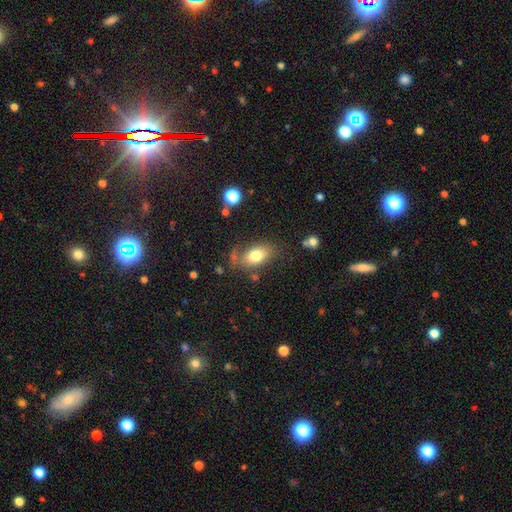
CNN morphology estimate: This is likely a smooth galaxy (77%). How rounded: clearly in between (87%). Merging: likely none (68%).